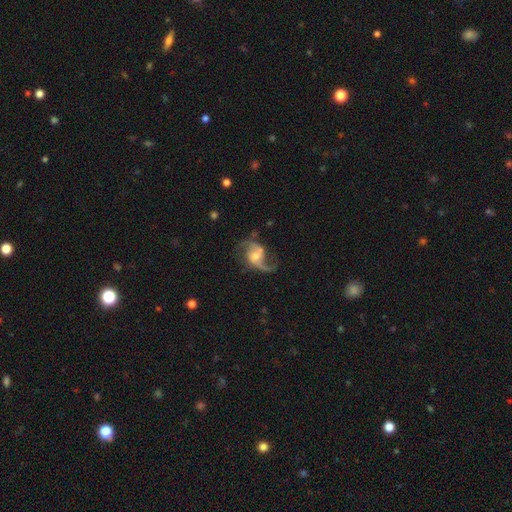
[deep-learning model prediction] A featured or disk galaxy (87%) with no bar (47%), 2 (88%) loose (64%) spiral arms (96%) and a moderate central bulge (50%).

Vote fractions:
- Smooth or featured? featured or disk: 87% / smooth: 7% / star or artifact: 6%
- Edge-on disk? no: 97% / yes: 3%
- Bar? no: 47% / weak: 42% / strong: 11%
- Spiral arms? yes: 96% / no: 4%
- Spiral winding? loose: 64% / medium: 30% / tight: 5%
- Spiral arm count? 2: 88% / 1: 6% / can't tell: 2% / 3: 1% / 4: 1% / more than 4: 1%
- Bulge size? moderate: 50% / small: 37% / large: 7% / none: 5% / dominant: 1%
- Merging? none: 65% / minor disturbance: 17% / major disturbance: 15% / merger: 3%